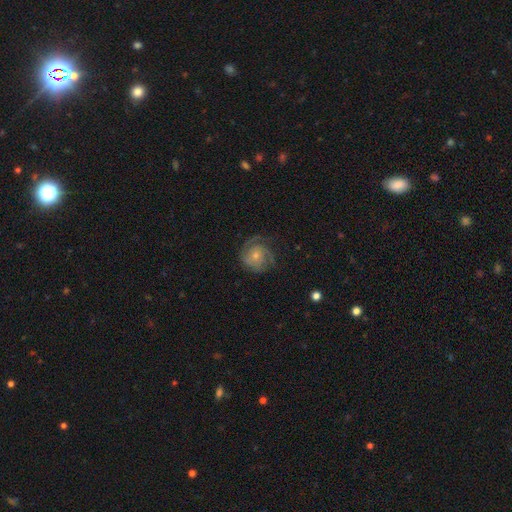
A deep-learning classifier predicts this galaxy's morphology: A featured or disk galaxy (77%) with no bar (76%), 2 (30%) tight (59%) spiral arms (94%) and a small central bulge (58%).

Vote fractions:
- Smooth or featured? featured or disk: 77% / smooth: 15% / star or artifact: 9%
- Edge-on disk? no: 98% / yes: 2%
- Bar? no: 76% / weak: 20% / strong: 4%
- Spiral arms? yes: 94% / no: 6%
- Spiral winding? tight: 59% / medium: 32% / loose: 9%
- Spiral arm count? 2: 30% / can't tell: 26% / 3: 25% / 1: 7% / 4: 7% / more than 4: 5%
- Bulge size? small: 58% / moderate: 37% / none: 2% / large: 2% / dominant: 1%
- Merging? none: 71% / minor disturbance: 17% / major disturbance: 10% / merger: 1%